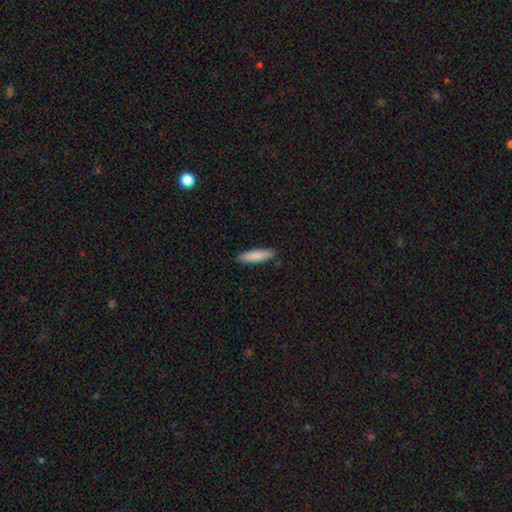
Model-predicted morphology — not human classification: smooth-or-featured: smooth: 86% | featured or disk: 8% | star or artifact: 6%
  how-rounded: cigar-shaped: 74% | in between: 25% | round: 1%
  merging: none: 89% | minor disturbance: 8% | major disturbance: 2% | merger: 1%